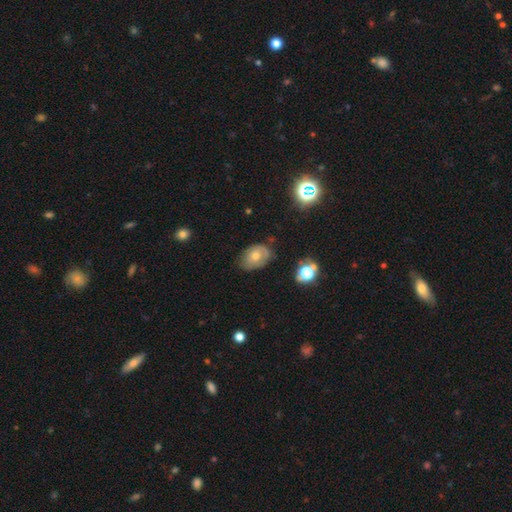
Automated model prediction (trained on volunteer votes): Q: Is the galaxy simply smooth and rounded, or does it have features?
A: smooth — 53%.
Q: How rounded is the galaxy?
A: in between — 76%.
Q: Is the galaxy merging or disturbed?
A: none — 64%.